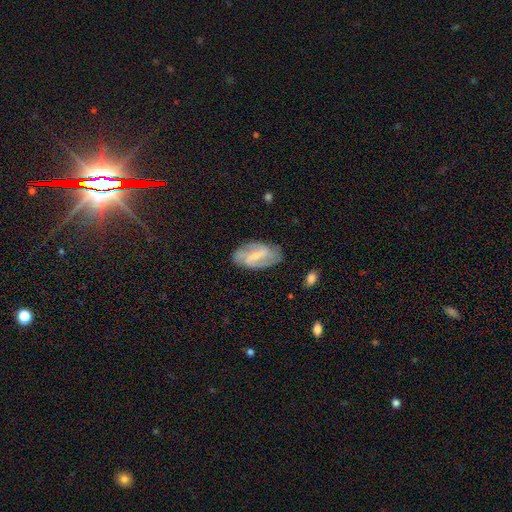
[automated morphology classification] smooth_or_featured: featured or disk (p=0.71) [alt: smooth p=0.22]
disk_edge_on: no (p=0.95) [alt: yes p=0.05]
bar: strong (p=0.44) [alt: weak p=0.43]
has_spiral_arms: yes (p=0.86) [alt: no p=0.14]
spiral_winding: medium (p=0.41) [alt: loose p=0.32]
spiral_arm_count: 2 (p=0.74) [alt: can't tell p=0.15]
bulge_size: small (p=0.52) [alt: moderate p=0.23]
merging: none (p=0.76) [alt: minor disturbance p=0.17]